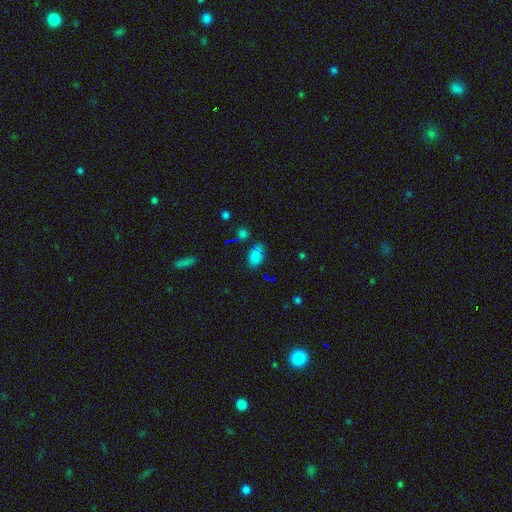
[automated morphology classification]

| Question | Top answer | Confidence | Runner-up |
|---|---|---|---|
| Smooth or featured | smooth | 66% | star or artifact (27%) |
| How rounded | in between | 82% | round (15%) |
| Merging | none | 71% | minor disturbance (15%) |